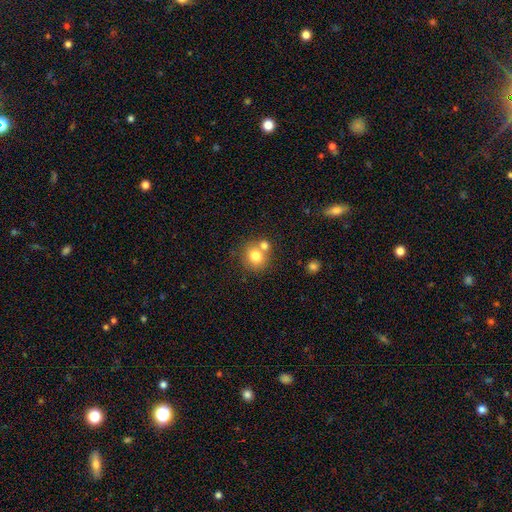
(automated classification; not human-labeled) smooth-or-featured: smooth: 77% | featured or disk: 12% | star or artifact: 11%
  how-rounded: round: 84% | in between: 15% | cigar-shaped: 1%
  merging: none: 57% | merger: 32% | minor disturbance: 9% | major disturbance: 3%